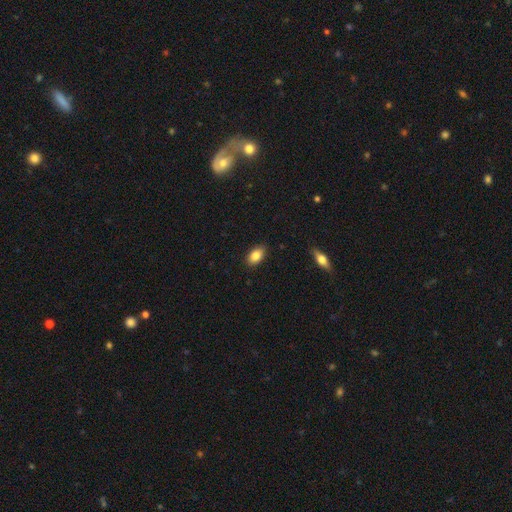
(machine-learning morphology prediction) smooth_or_featured: smooth (p=0.84) [alt: featured or disk p=0.09]
how_rounded: in between (p=0.90) [alt: round p=0.07]
merging: none (p=0.88) [alt: minor disturbance p=0.09]